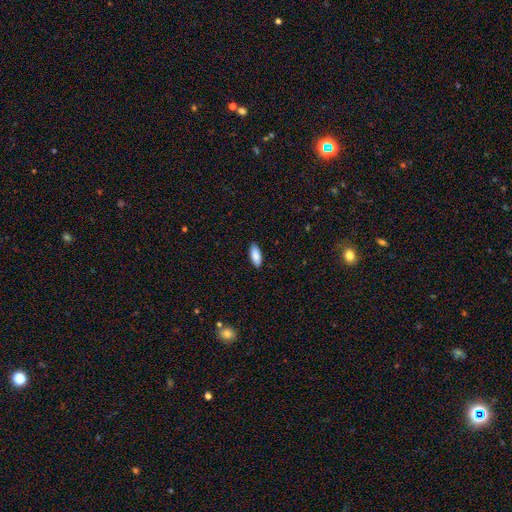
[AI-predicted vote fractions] Overall: smooth (89%). How rounded: in between (81%). Merging: none (89%).